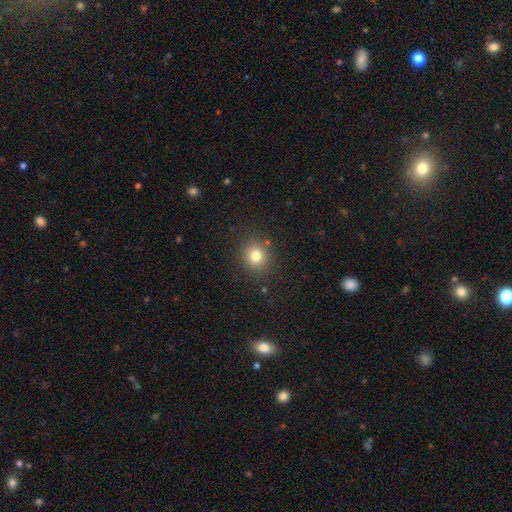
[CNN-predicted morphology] Smooth or featured: smooth — 79% (star or artifact — 14%)
How rounded: round — 84% (in between — 15%)
Merging: none — 86% (minor disturbance — 9%)